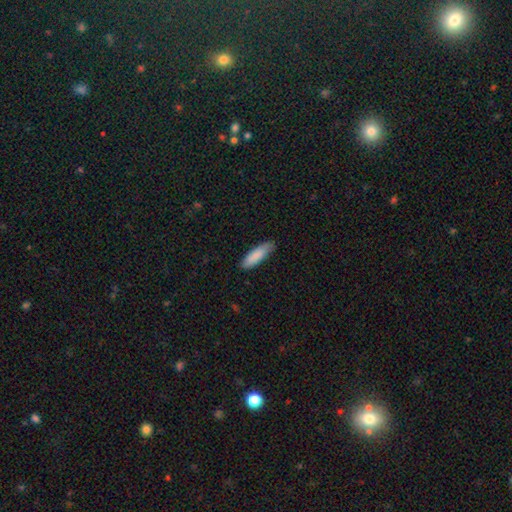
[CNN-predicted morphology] Smooth or featured? smooth (86%)
How rounded? cigar-shaped (53%)
Merging? none (79%)